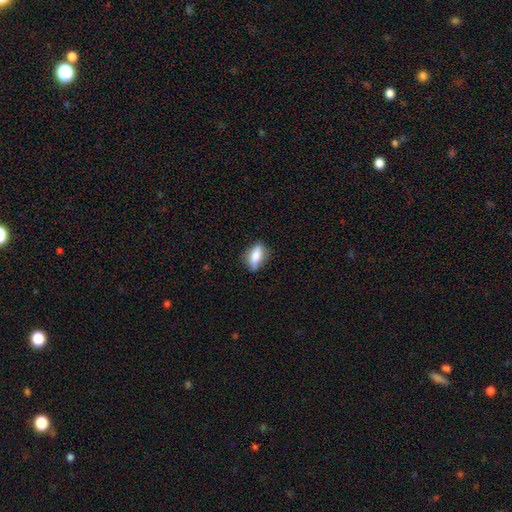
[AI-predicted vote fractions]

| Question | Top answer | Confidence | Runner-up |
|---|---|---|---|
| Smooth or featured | smooth | 74% | featured or disk (19%) |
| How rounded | in between | 76% | cigar-shaped (19%) |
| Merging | none | 75% | minor disturbance (19%) |